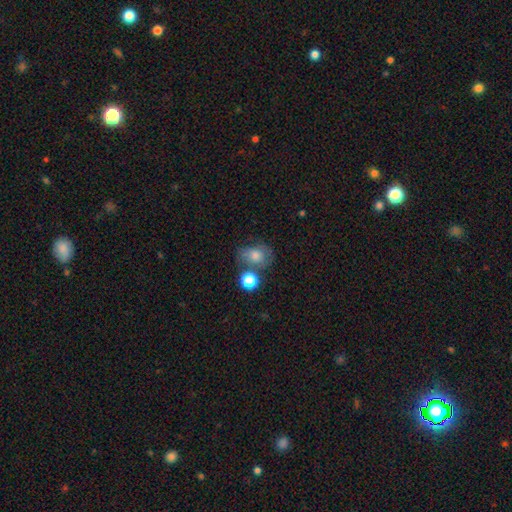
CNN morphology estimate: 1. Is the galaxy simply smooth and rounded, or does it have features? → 62% smooth, 26% featured or disk, 12% star or artifact.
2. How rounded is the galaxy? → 50% in between, 49% round, 1% cigar-shaped.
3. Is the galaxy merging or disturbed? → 49% none, 21% minor disturbance, 18% merger, 12% major disturbance.